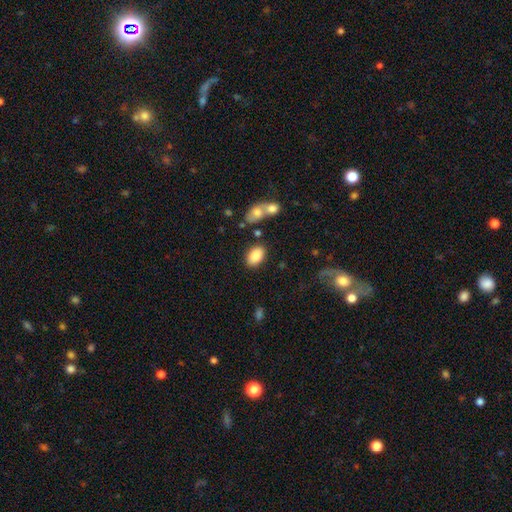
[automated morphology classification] Overall: smooth (87%). How rounded: in between (89%). Merging: none (80%).